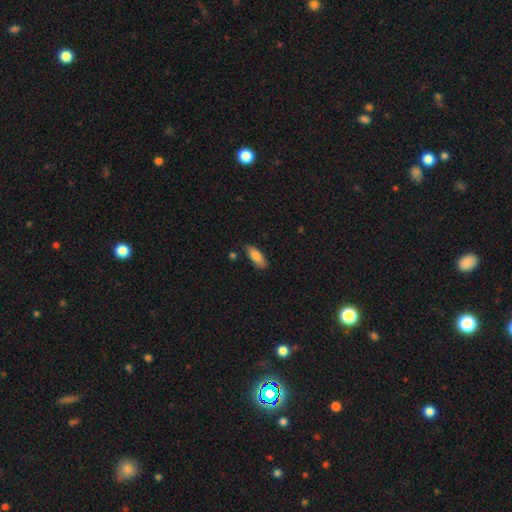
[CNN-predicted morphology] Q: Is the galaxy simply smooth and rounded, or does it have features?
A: smooth — 83%.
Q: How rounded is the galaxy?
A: in between — 74%.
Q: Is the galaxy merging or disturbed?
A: none — 78%.